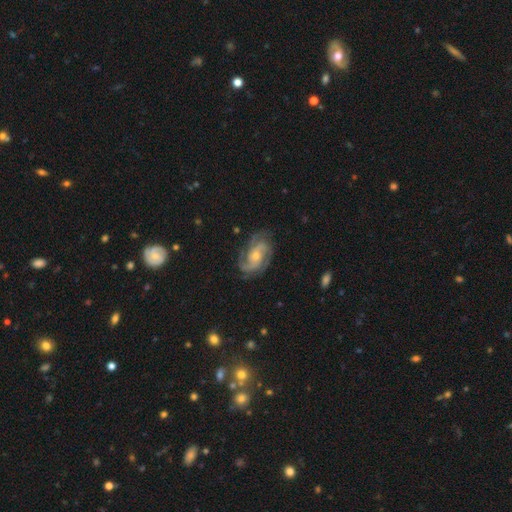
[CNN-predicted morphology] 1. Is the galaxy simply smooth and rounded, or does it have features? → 89% featured or disk, 6% smooth, 6% star or artifact.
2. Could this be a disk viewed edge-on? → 97% no, 3% yes.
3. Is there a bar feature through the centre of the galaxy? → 61% no, 31% weak, 8% strong.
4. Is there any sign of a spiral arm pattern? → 98% yes, 2% no.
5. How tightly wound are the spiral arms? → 49% tight, 42% medium, 9% loose.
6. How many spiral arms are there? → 37% 3, 32% 2, 12% can't tell, 9% 4, 5% 1, 5% more than 4.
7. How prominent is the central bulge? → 50% small, 45% moderate, 2% large, 2% none, 1% dominant.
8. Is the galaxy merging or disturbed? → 78% none, 16% minor disturbance, 5% major disturbance, 1% merger.